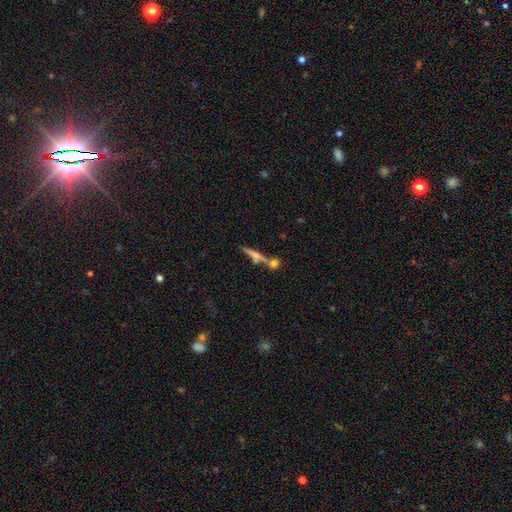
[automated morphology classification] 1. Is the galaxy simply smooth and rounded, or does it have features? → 50% featured or disk, 39% smooth, 11% star or artifact.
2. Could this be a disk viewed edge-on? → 89% yes, 11% no.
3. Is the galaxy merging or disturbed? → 55% none, 30% merger, 10% minor disturbance, 5% major disturbance.